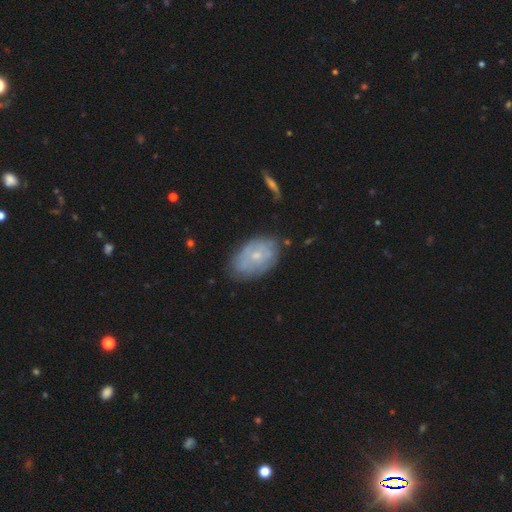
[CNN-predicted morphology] A featured or disk galaxy (47%). Merging: none (68%).